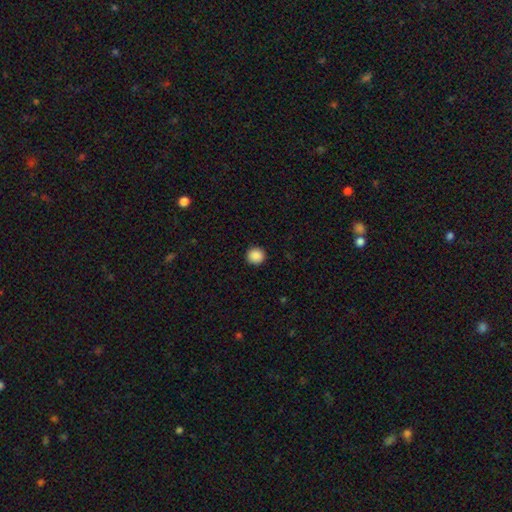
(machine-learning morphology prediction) The model was most divided on "smooth or featured": smooth: 89%, star or artifact: 9%, featured or disk: 2%. More confident: how rounded — round (94%); merging — none (93%).